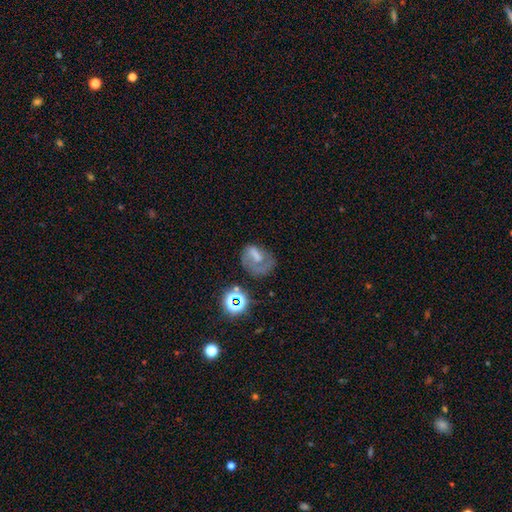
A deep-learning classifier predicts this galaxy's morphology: Smooth or featured: smooth — 42% (featured or disk — 40%)
Merging: none — 40% (major disturbance — 31%)